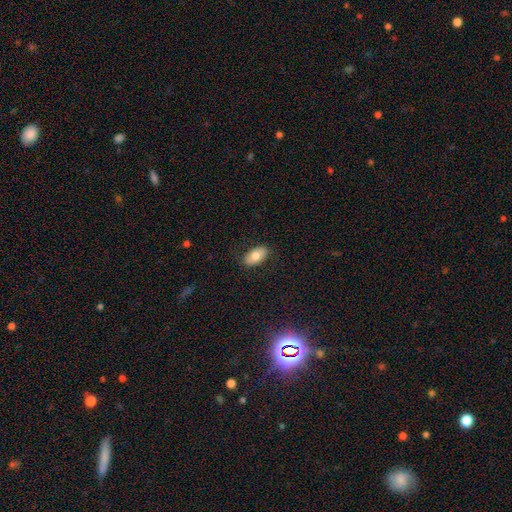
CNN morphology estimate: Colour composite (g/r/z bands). It shows a smooth galaxy with no disk features (76%) that is in between round and cigar-shaped (93%). Merging: none (85%).